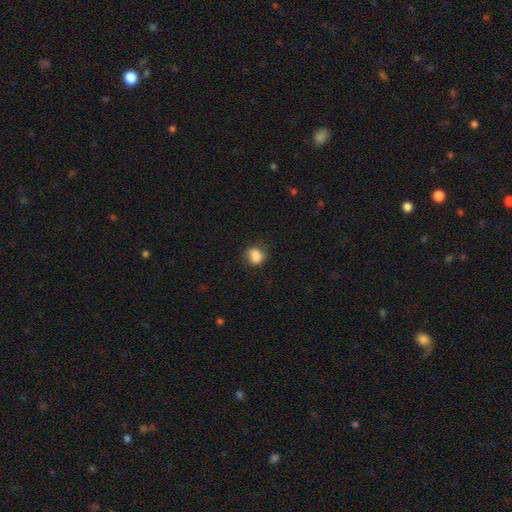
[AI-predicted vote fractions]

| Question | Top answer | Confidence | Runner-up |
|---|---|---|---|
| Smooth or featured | smooth | 84% | star or artifact (9%) |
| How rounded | round | 61% | in between (38%) |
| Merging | none | 66% | minor disturbance (24%) |